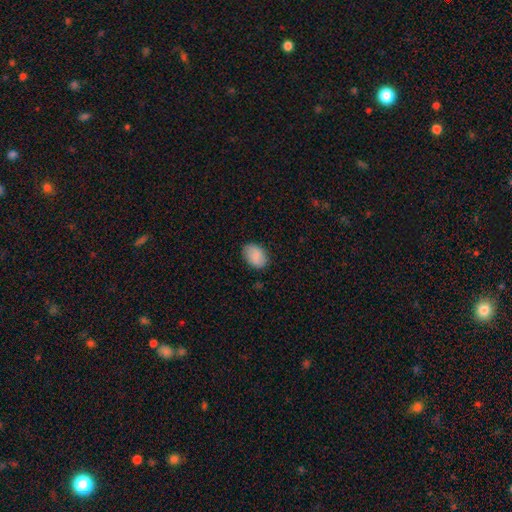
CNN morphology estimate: A smooth galaxy with no disk features (84%) that is in between round and cigar-shaped (83%).

Vote fractions:
- Smooth or featured? smooth: 84% / featured or disk: 9% / star or artifact: 7%
- How rounded? in between: 83% / round: 16% / cigar-shaped: 1%
- Merging? none: 83% / minor disturbance: 13% / major disturbance: 3% / merger: 1%